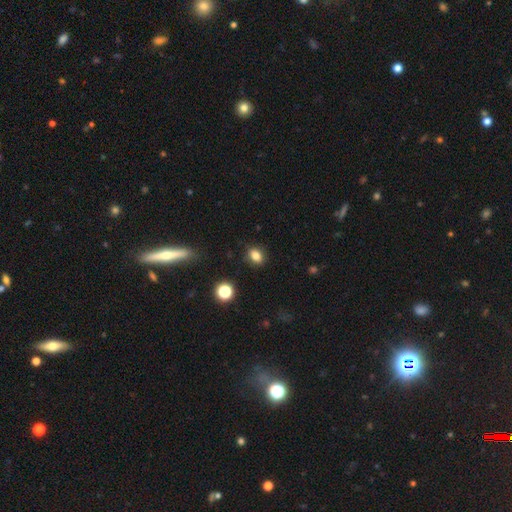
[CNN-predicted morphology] smooth_or_featured: smooth (p=0.82) [alt: star or artifact p=0.12]
how_rounded: in between (p=0.60) [alt: round p=0.39]
merging: none (p=0.86) [alt: minor disturbance p=0.10]